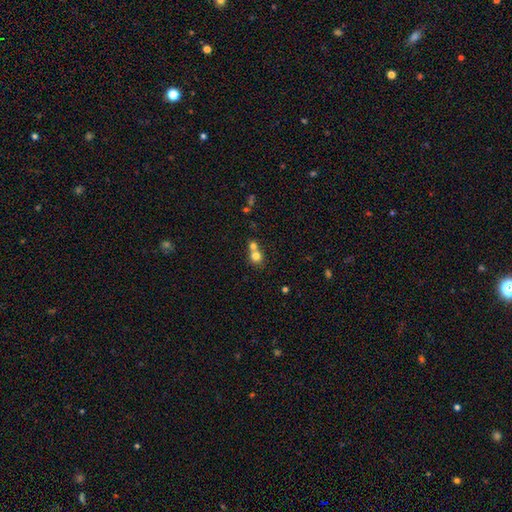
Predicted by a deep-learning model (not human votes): Q: Smooth or featured?
A: smooth (76%); runner-up: star or artifact (12%)
Q: How rounded?
A: round (82%); runner-up: in between (17%)
Q: Merging?
A: merger (55%); runner-up: none (37%)